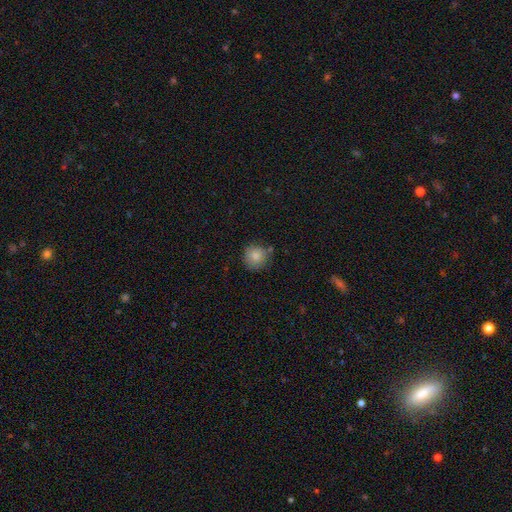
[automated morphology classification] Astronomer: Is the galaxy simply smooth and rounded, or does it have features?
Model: smooth — 85%.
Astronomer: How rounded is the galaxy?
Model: round — 92%.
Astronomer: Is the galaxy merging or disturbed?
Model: none — 76%.